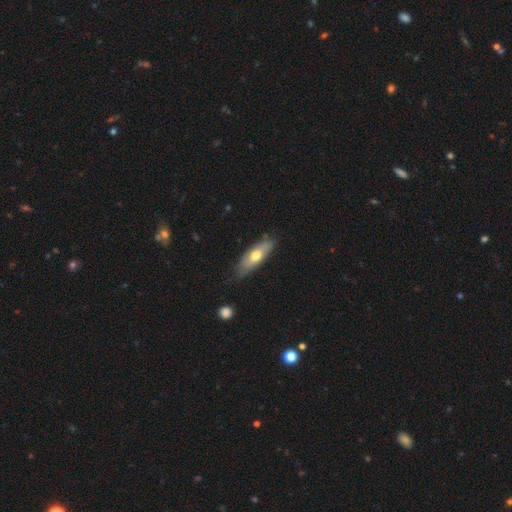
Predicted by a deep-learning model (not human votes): Smooth or featured? smooth (60%)
How rounded? in between (59%)
Merging? none (72%)